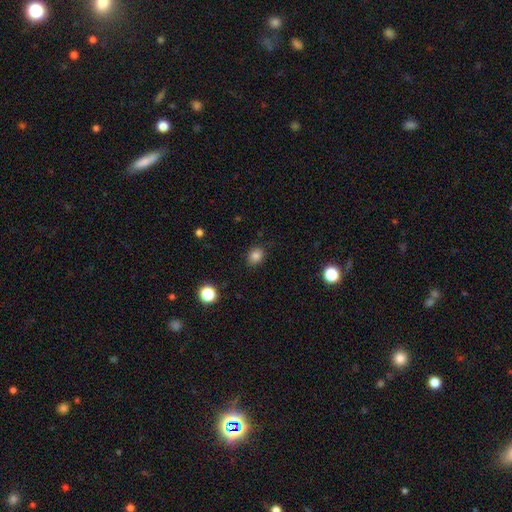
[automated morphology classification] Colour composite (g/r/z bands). It shows a smooth galaxy with no disk features (82%) that is in between round and cigar-shaped (51%). Merging: none (85%).